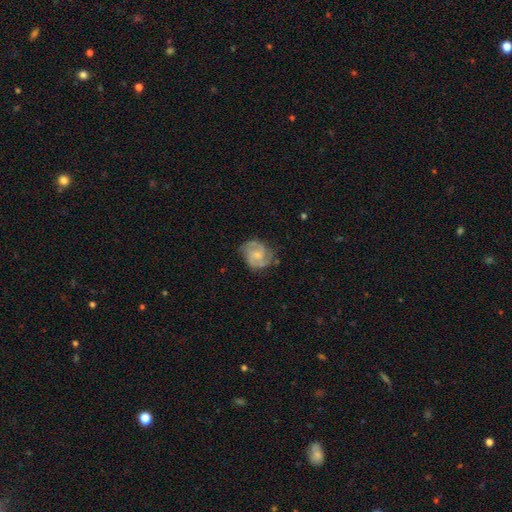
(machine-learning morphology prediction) Smooth or featured: featured or disk — 79% (smooth — 15%)
Edge-on disk: no — 98% (yes — 2%)
Bar: no — 61% (weak — 34%)
Spiral arms: yes — 95% (no — 5%)
Spiral winding: medium — 46% (tight — 42%)
Spiral arm count: 2 — 71% (3 — 14%)
Bulge size: small — 56% (moderate — 30%)
Merging: none — 71% (minor disturbance — 21%)